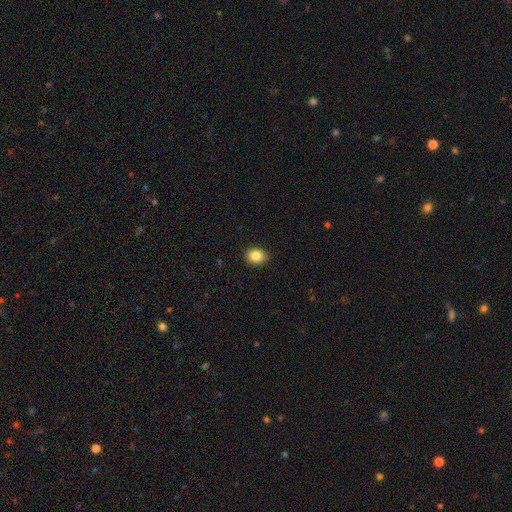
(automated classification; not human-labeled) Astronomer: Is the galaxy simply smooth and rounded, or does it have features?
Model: smooth — 85%.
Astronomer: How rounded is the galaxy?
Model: round — 54% (runner-up: in between, 45%).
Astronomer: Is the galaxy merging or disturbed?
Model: none — 90%.